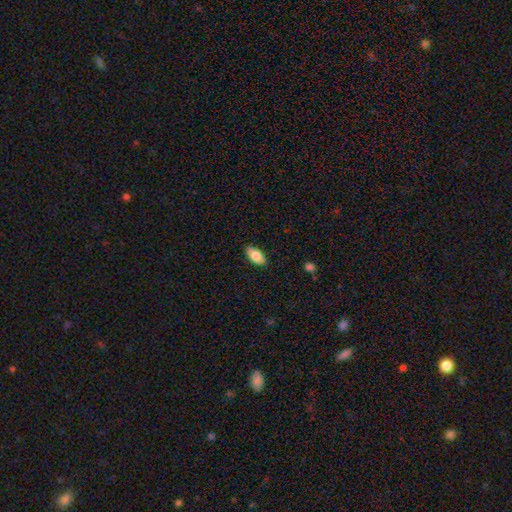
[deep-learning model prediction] Smooth or featured? smooth (82%)
How rounded? in between (91%)
Merging? none (87%)